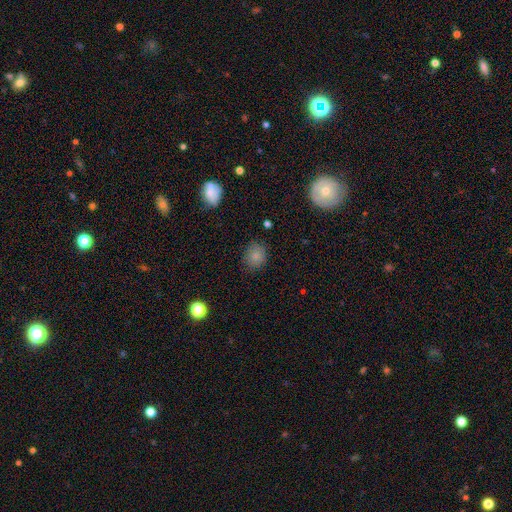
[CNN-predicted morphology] Smooth or featured? Predicted: smooth (p=0.83). How rounded? Predicted: round (p=0.66). Merging? Predicted: none (p=0.84).